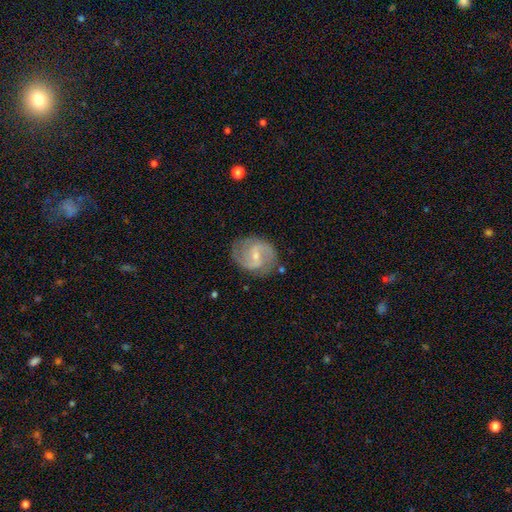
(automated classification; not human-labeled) The model was most divided on "spiral winding": medium: 52%, loose: 27%, tight: 21%. More confident: edge-on disk — no (98%); spiral arms — yes (94%); spiral arm count — 2 (86%); smooth or featured — featured or disk (83%); merging — none (76%); bulge size — small (63%); bar — weak (58%).